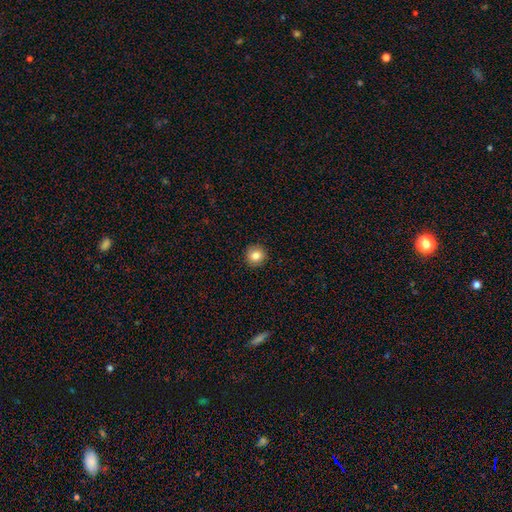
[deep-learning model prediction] smooth-or-featured: smooth: 84% | star or artifact: 9% | featured or disk: 7%
  how-rounded: round: 94% | in between: 5% | cigar-shaped: 1%
  merging: none: 92% | minor disturbance: 5% | major disturbance: 2% | merger: 1%